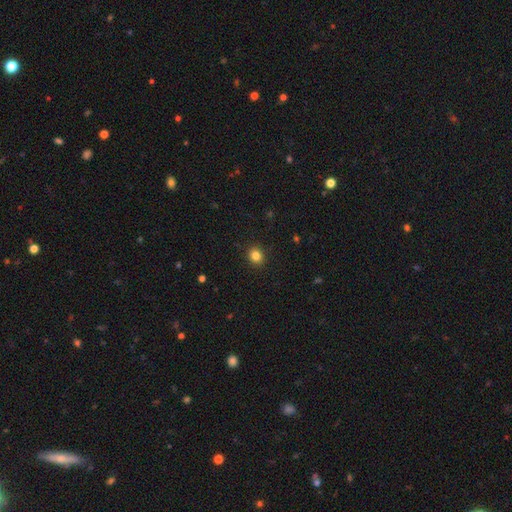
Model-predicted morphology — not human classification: This is clearly a smooth galaxy (83%). How rounded: clearly round (81%). Merging: clearly none (92%).